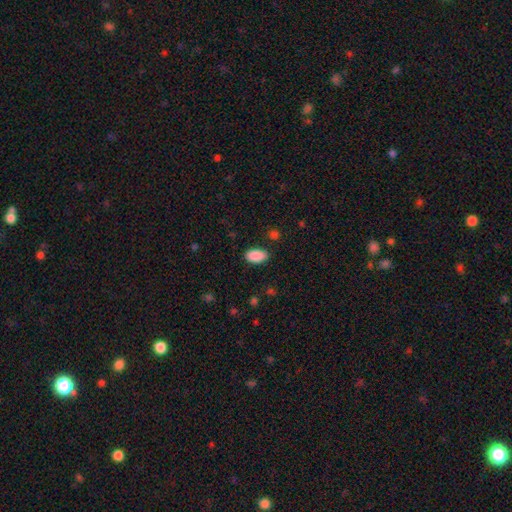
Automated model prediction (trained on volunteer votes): Q: Smooth or featured?
A: smooth (90%); runner-up: star or artifact (7%)
Q: How rounded?
A: in between (94%); runner-up: round (3%)
Q: Merging?
A: none (85%); runner-up: minor disturbance (11%)